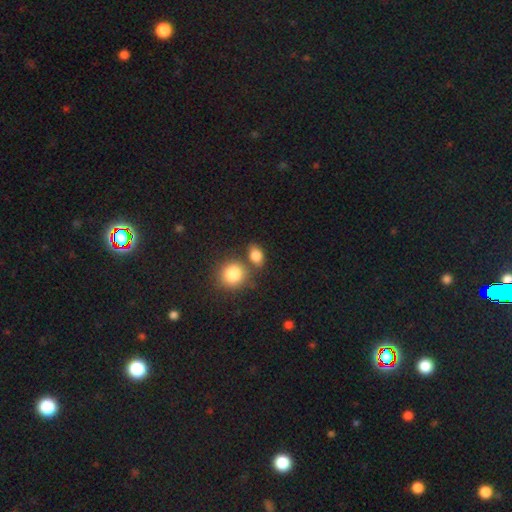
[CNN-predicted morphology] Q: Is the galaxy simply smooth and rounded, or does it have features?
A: smooth — 83%.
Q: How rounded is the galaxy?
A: in between — 64%.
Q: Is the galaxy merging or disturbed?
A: none — 59%.